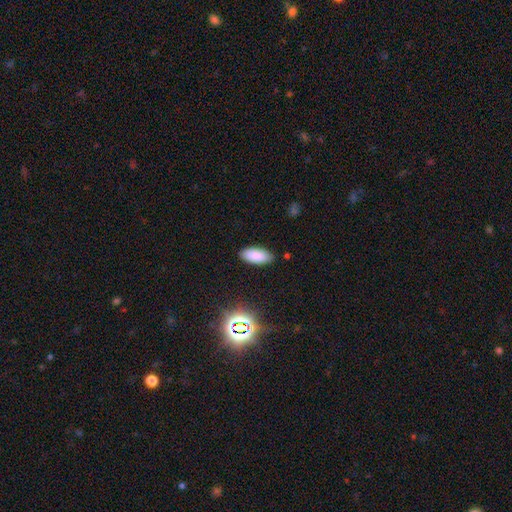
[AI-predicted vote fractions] Q: Smooth or featured?
A: smooth (86%); runner-up: star or artifact (10%)
Q: How rounded?
A: in between (88%); runner-up: cigar-shaped (10%)
Q: Merging?
A: none (86%); runner-up: minor disturbance (10%)